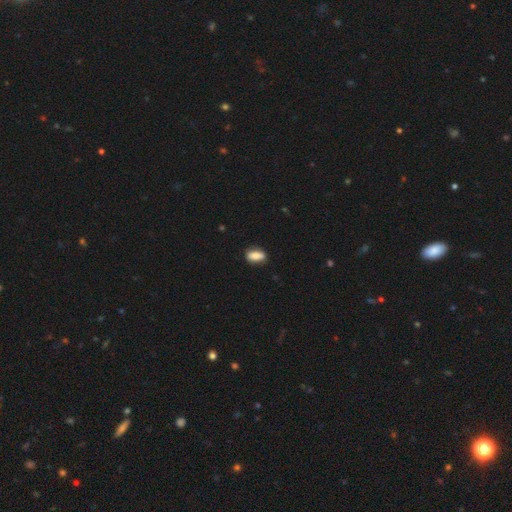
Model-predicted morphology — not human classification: This appears to be a smooth galaxy with no disk features (83%) that is in between round and cigar-shaped (85%). Merging: none (82%).